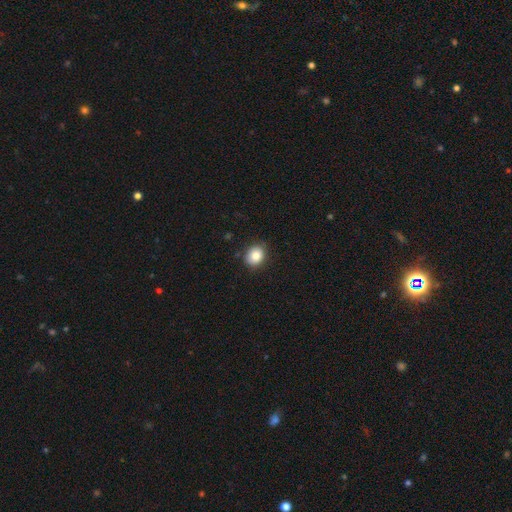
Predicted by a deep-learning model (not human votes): A smooth galaxy with no disk features (84%) that is round (61%).

Vote fractions:
- Smooth or featured? smooth: 84% / star or artifact: 9% / featured or disk: 6%
- How rounded? round: 61% / in between: 38% / cigar-shaped: 1%
- Merging? none: 85% / minor disturbance: 11% / major disturbance: 2% / merger: 1%